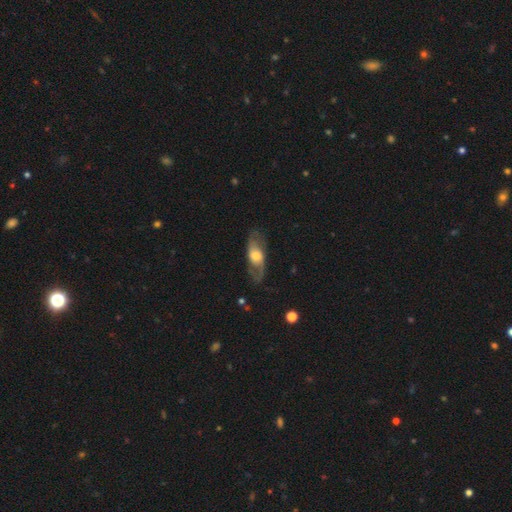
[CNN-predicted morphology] Overall: featured or disk (62%; smooth 32%). Edge-on disk: no (81%). Merging: none (69%).